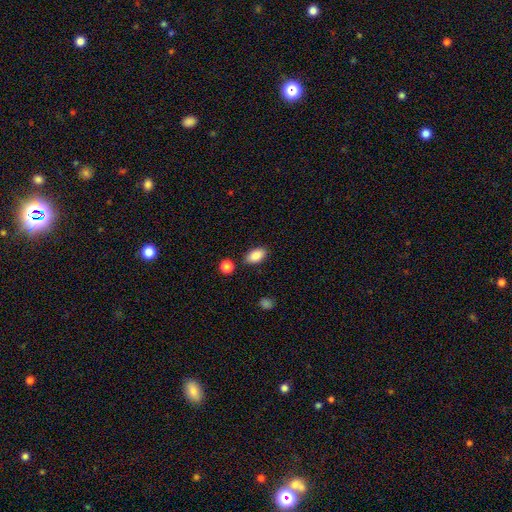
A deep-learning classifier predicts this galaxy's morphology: smooth_or_featured: smooth (p=0.86) [alt: star or artifact p=0.08]
how_rounded: in between (p=0.91) [alt: round p=0.06]
merging: none (p=0.84) [alt: minor disturbance p=0.10]